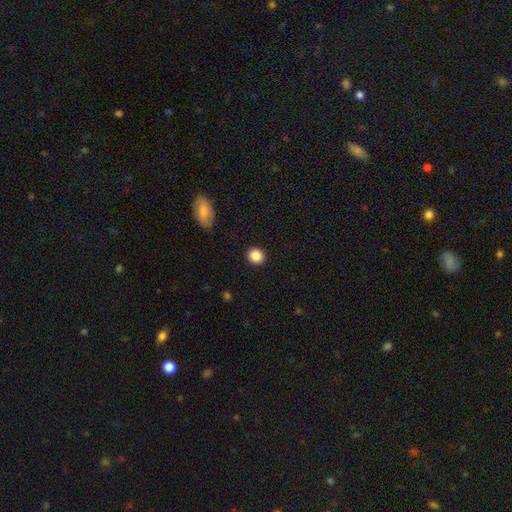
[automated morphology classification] Smooth or featured?
  - smooth: 88% *
  - star or artifact: 9%
  - featured or disk: 3%
How rounded?
  - round: 80% *
  - in between: 19%
  - cigar-shaped: 1%
Merging?
  - none: 91% *
  - minor disturbance: 6%
  - major disturbance: 2%
  - merger: 1%